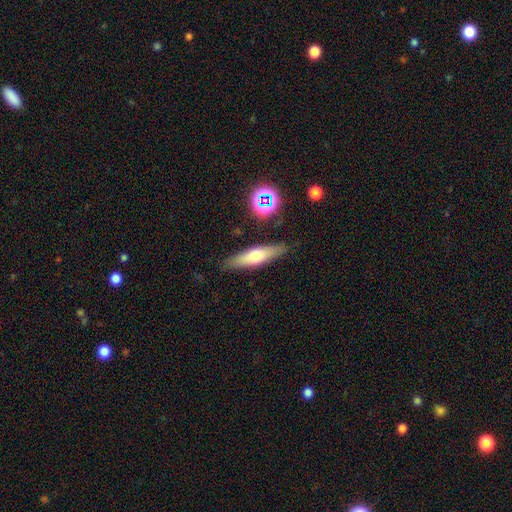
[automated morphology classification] Smooth or featured?
  - smooth: 53% *
  - featured or disk: 39%
  - star or artifact: 8%
How rounded?
  - cigar-shaped: 68% *
  - in between: 30%
  - round: 3%
Merging?
  - none: 86% *
  - minor disturbance: 10%
  - major disturbance: 2%
  - merger: 2%